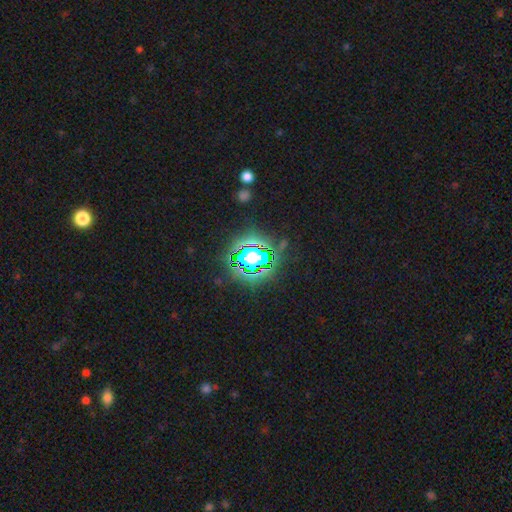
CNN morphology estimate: This is likely a star or artifact rather than a galaxy (70%).